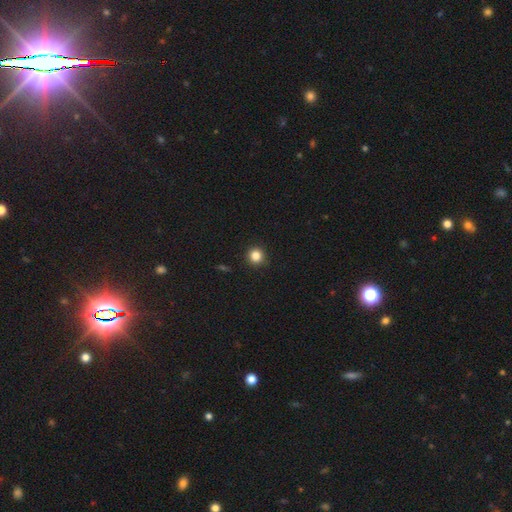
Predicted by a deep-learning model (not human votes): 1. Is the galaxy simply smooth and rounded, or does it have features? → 85% smooth, 11% star or artifact, 4% featured or disk.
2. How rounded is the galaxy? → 94% round, 5% in between, 1% cigar-shaped.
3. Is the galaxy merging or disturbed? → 92% none, 5% minor disturbance, 2% major disturbance, 1% merger.